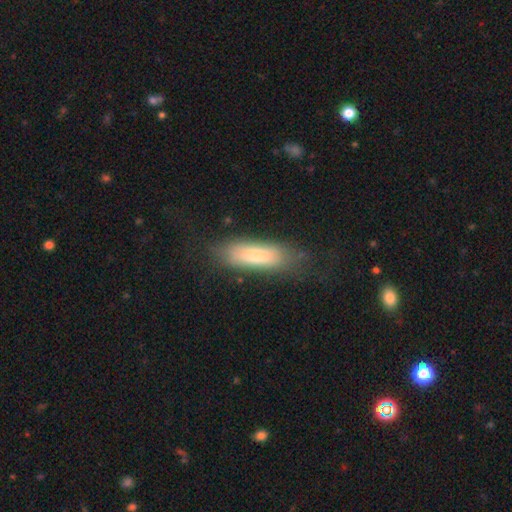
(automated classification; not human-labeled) This appears to be a smooth galaxy with no disk features (74%) that is in between round and cigar-shaped (54%). Merging: none (65%).